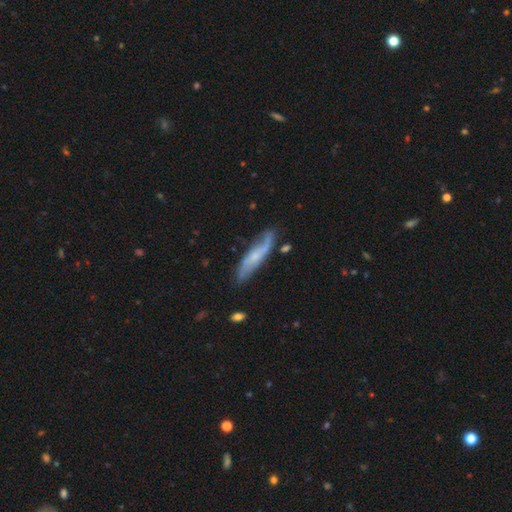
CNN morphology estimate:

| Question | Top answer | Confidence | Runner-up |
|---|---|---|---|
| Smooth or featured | featured or disk | 63% | smooth (31%) |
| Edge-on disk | no | 63% | yes (37%) |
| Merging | none | 67% | minor disturbance (23%) |